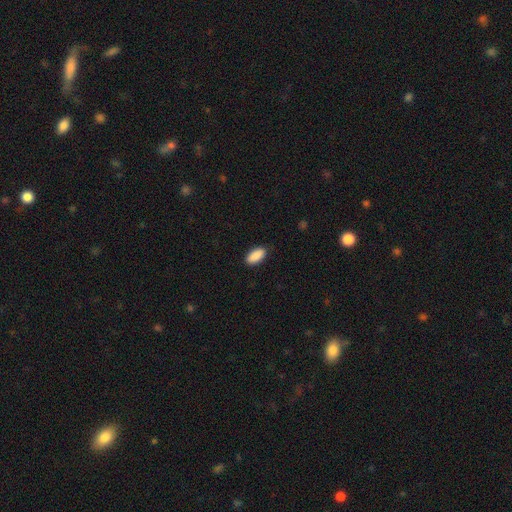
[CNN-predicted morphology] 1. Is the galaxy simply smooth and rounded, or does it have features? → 90% smooth, 6% star or artifact, 3% featured or disk.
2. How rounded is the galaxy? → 90% in between, 7% cigar-shaped, 2% round.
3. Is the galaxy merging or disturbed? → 88% none, 9% minor disturbance, 2% major disturbance, 1% merger.